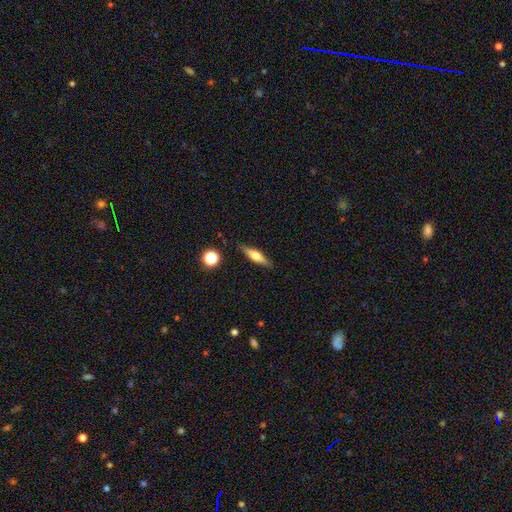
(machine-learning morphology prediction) Q: Smooth or featured?
A: featured or disk (52%); runner-up: smooth (41%)
Q: Edge-on disk?
A: yes (93%); runner-up: no (7%)
Q: Merging?
A: none (87%); runner-up: minor disturbance (9%)